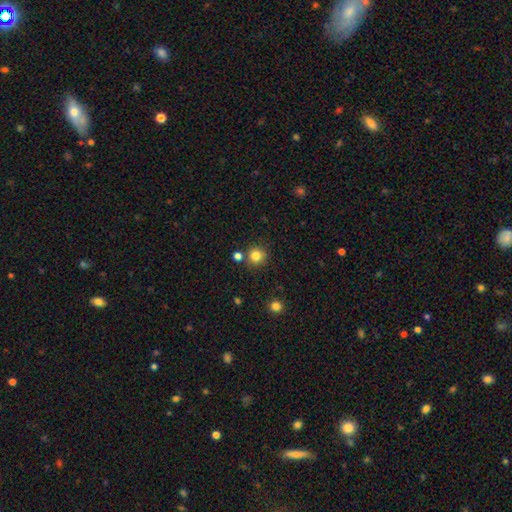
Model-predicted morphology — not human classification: Smooth or featured?
  - smooth: 83% *
  - star or artifact: 12%
  - featured or disk: 5%
How rounded?
  - round: 93% *
  - in between: 6%
  - cigar-shaped: 1%
Merging?
  - none: 82% *
  - merger: 8%
  - minor disturbance: 7%
  - major disturbance: 3%